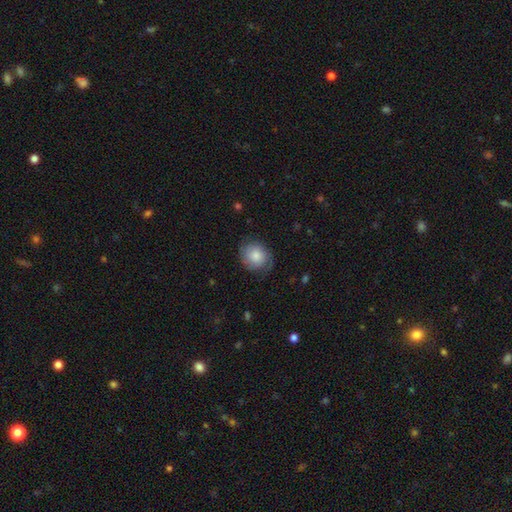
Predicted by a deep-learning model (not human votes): Q: Smooth or featured?
A: smooth (66%); runner-up: featured or disk (27%)
Q: How rounded?
A: round (76%); runner-up: in between (23%)
Q: Merging?
A: none (67%); runner-up: minor disturbance (23%)